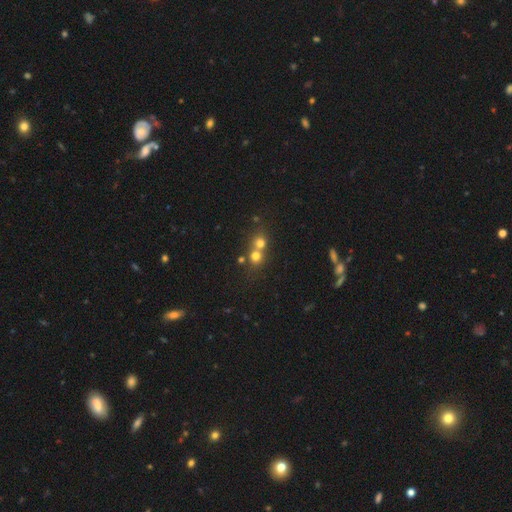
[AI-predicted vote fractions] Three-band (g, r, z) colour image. It shows a smooth galaxy with no disk features (69%) that is round (84%). Merging: merger (57%).